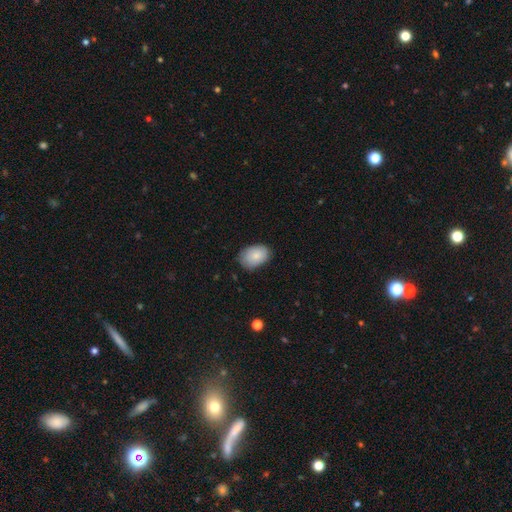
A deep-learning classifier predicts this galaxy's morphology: Q: Smooth or featured?
A: smooth (83%); runner-up: featured or disk (11%)
Q: How rounded?
A: in between (84%); runner-up: round (15%)
Q: Merging?
A: none (78%); runner-up: minor disturbance (18%)